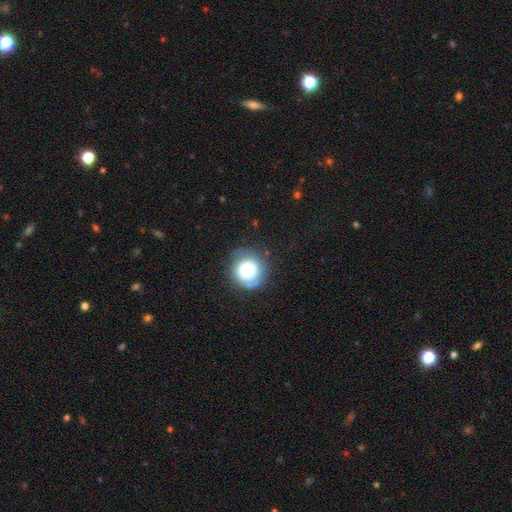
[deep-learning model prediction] smooth-or-featured: smooth: 48% | star or artifact: 44% | featured or disk: 8%
  merging: none: 89% | minor disturbance: 6% | major disturbance: 3% | merger: 2%